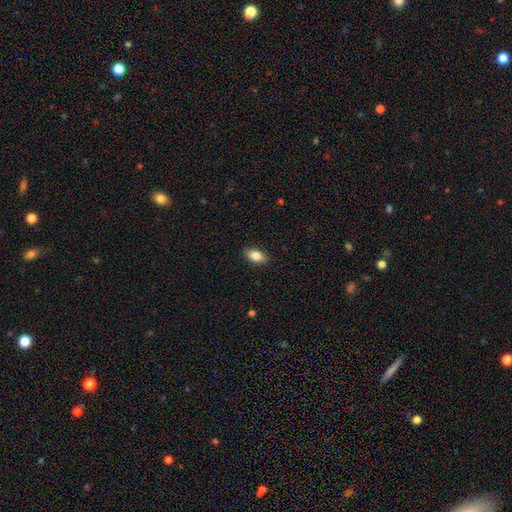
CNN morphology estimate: Smooth or featured: smooth — 86% (star or artifact — 7%)
How rounded: in between — 91% (round — 7%)
Merging: none — 88% (minor disturbance — 9%)